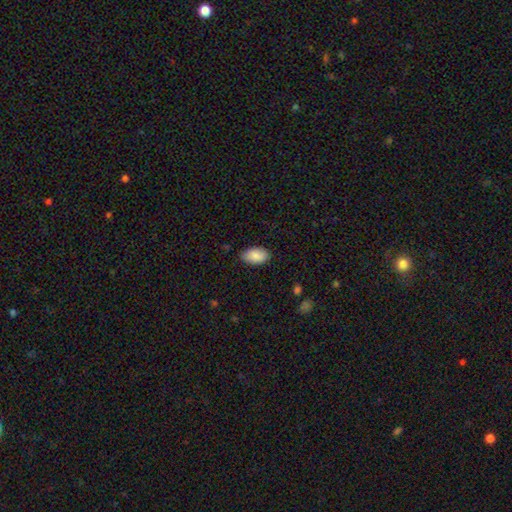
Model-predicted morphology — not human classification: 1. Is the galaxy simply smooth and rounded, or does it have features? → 89% smooth, 6% star or artifact, 5% featured or disk.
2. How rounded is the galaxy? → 95% in between, 4% round, 2% cigar-shaped.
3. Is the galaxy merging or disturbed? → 83% none, 14% minor disturbance, 2% major disturbance, 1% merger.